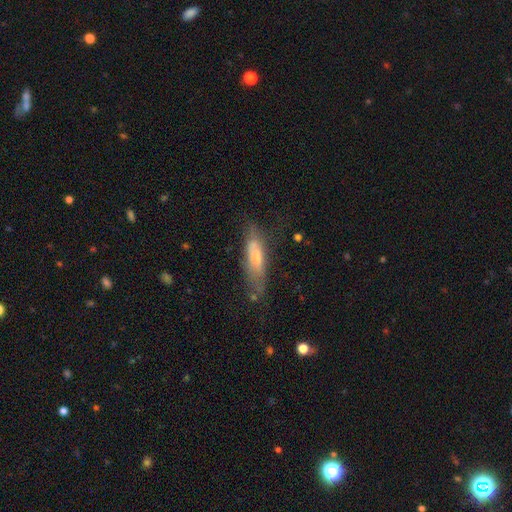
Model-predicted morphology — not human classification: A smooth galaxy with no disk features (56%) that is cigar-shaped (69%). Merging: none (60%).